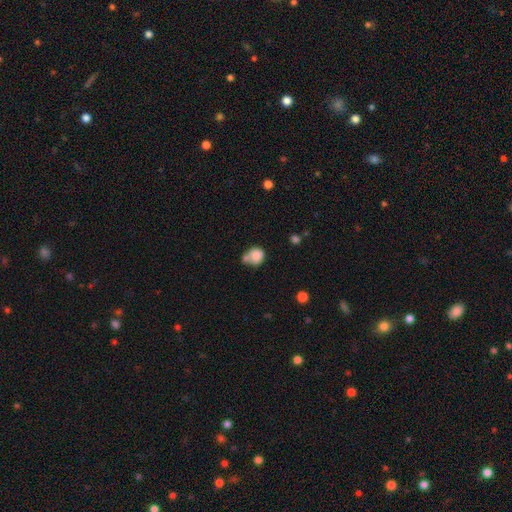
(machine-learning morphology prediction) smooth 80%, featured or disk 11%, star or artifact 9%. Down the decision tree: how rounded — round (71%); merging — merger (41%).